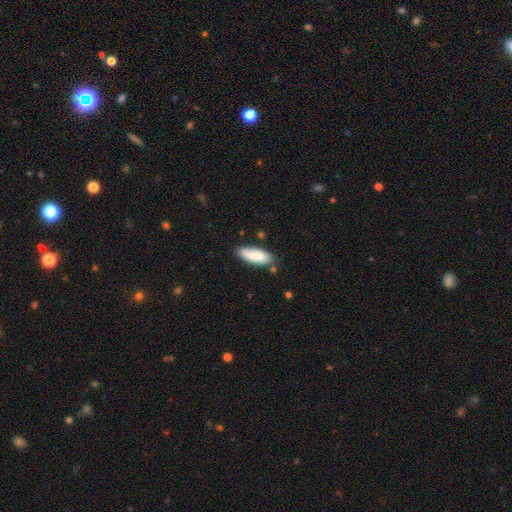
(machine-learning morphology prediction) Smooth or featured? smooth (82%)
How rounded? in between (69%)
Merging? none (75%)